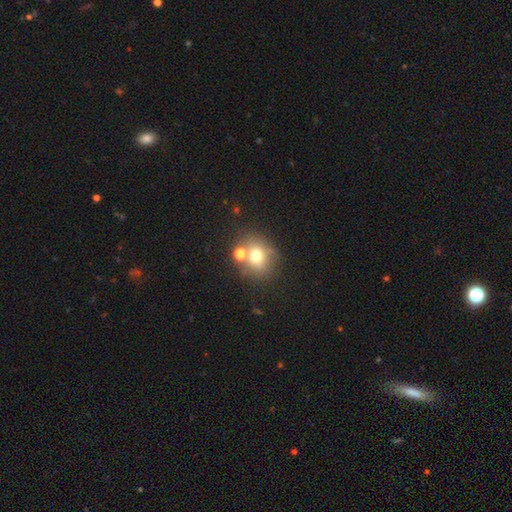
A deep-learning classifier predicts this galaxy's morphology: type=smooth (66%); roundness=round (74%); merging=none (58%).